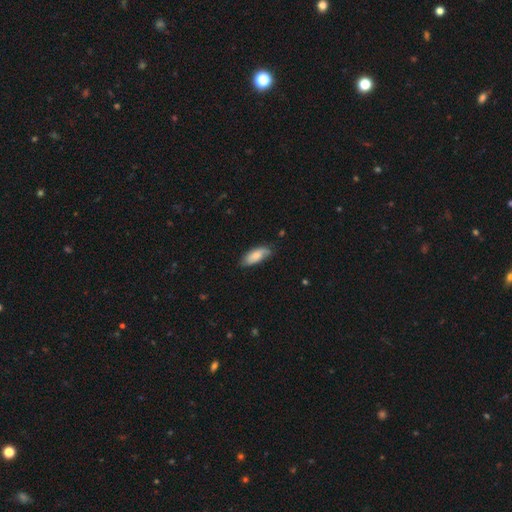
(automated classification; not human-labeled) A smooth galaxy with no disk features (73%) that is in between round and cigar-shaped (79%).

Vote fractions:
- Smooth or featured? smooth: 73% / featured or disk: 21% / star or artifact: 6%
- How rounded? in between: 79% / cigar-shaped: 19% / round: 2%
- Merging? none: 68% / minor disturbance: 26% / major disturbance: 5% / merger: 2%